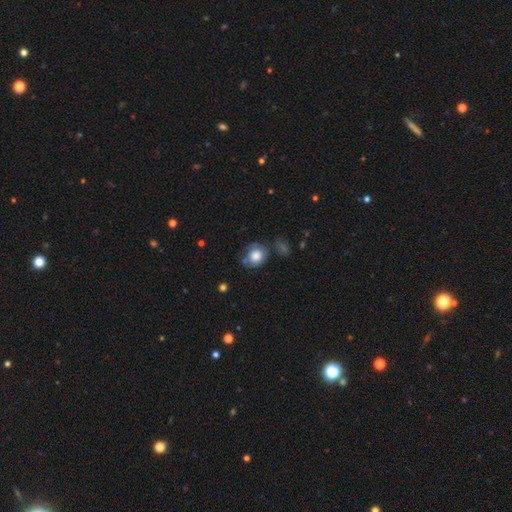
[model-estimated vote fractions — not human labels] Morphology: type=smooth (77%); roundness=round (68%); merging=none (55%).